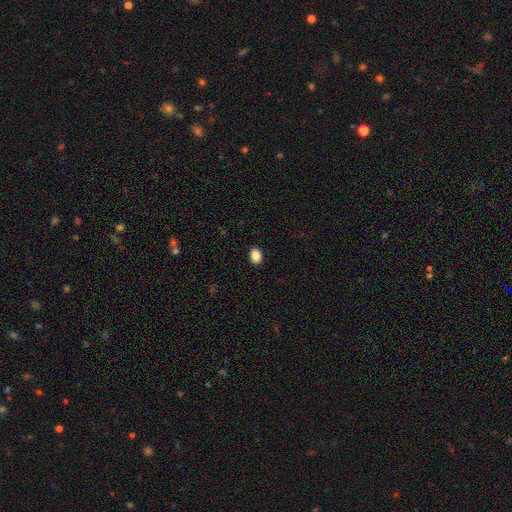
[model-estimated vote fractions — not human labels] Smooth or featured? Predicted: smooth (p=0.88). How rounded? Predicted: in between (p=0.64). Merging? Predicted: none (p=0.91).